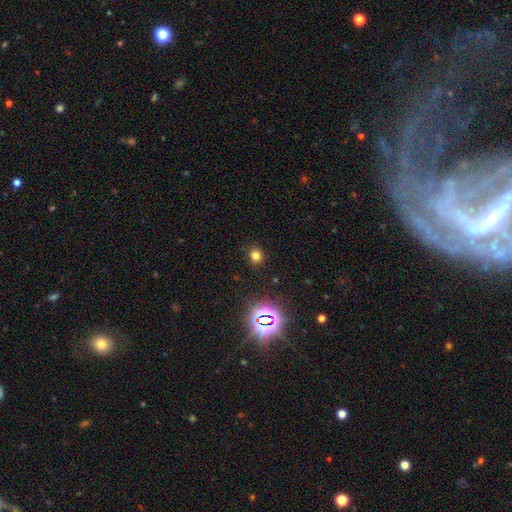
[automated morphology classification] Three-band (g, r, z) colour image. It shows a smooth galaxy with no disk features (73%) that is round (80%). Merging: none (89%).